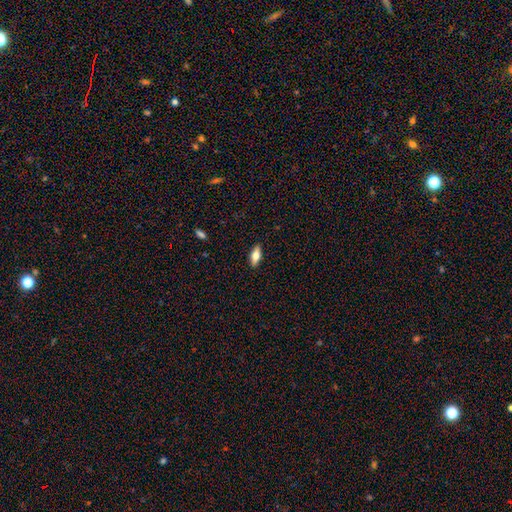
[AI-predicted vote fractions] Smooth or featured? smooth (64%)
How rounded? in between (71%)
Merging? none (89%)